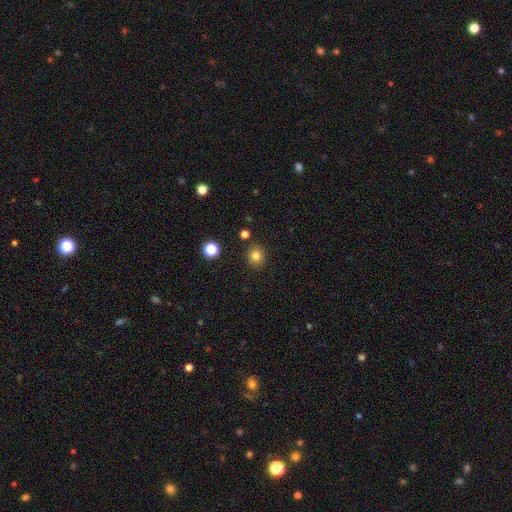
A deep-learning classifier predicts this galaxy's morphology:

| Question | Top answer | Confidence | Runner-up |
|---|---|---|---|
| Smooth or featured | smooth | 82% | star or artifact (13%) |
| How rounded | round | 80% | in between (19%) |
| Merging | none | 88% | minor disturbance (7%) |